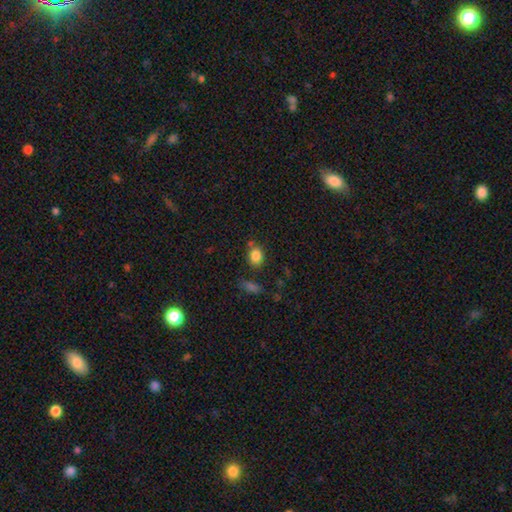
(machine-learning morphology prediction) Smooth or featured?
  - smooth: 84% *
  - star or artifact: 10%
  - featured or disk: 6%
How rounded?
  - round: 51% *
  - in between: 48%
  - cigar-shaped: 1%
Merging?
  - none: 71% *
  - minor disturbance: 14%
  - merger: 10%
  - major disturbance: 4%